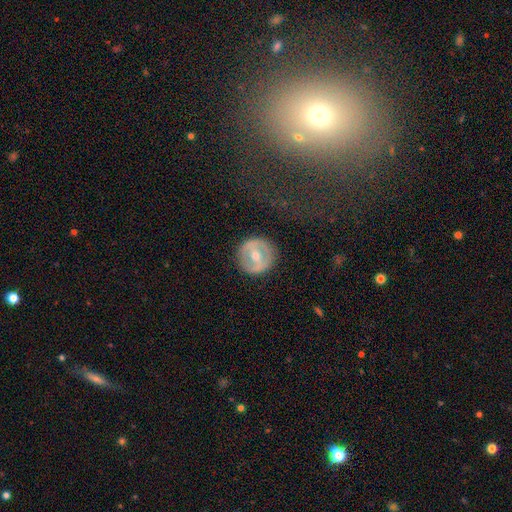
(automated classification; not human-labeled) A featured or disk galaxy (65%) with a strong bar (48%), no spiral arms (72%) and a moderate central bulge (58%).

Vote fractions:
- Smooth or featured? featured or disk: 65% / smooth: 29% / star or artifact: 6%
- Edge-on disk? no: 94% / yes: 6%
- Bar? strong: 48% / weak: 35% / no: 17%
- Spiral arms? no: 72% / yes: 28%
- Bulge size? moderate: 58% / small: 39% / large: 2% / none: 1% / dominant: 1%
- Merging? none: 88% / minor disturbance: 8% / major disturbance: 3% / merger: 1%